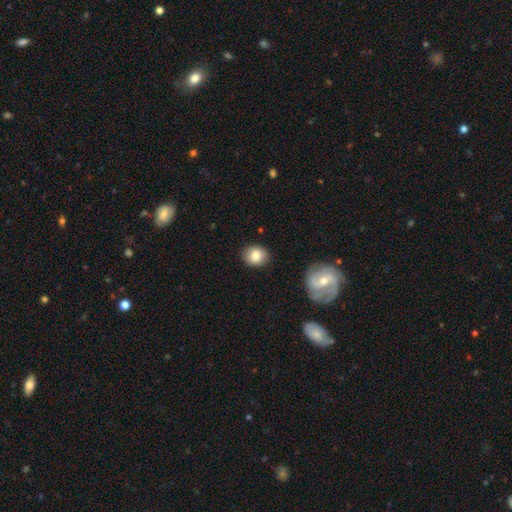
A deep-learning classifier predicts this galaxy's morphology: This appears to be a smooth galaxy with no disk features (81%) that is round (59%). Merging: none (85%).